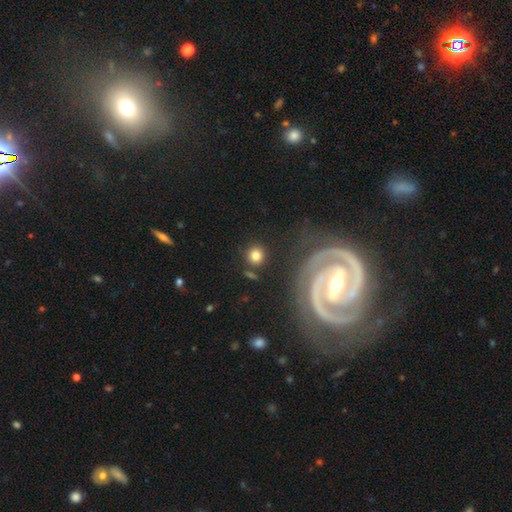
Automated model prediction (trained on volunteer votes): Smooth or featured? smooth (80%)
How rounded? round (92%)
Merging? none (84%)